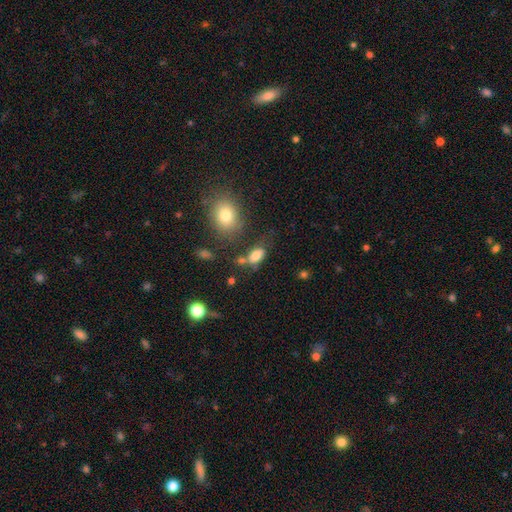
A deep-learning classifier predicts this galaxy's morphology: Smooth or featured? smooth (77%)
How rounded? in between (87%)
Merging? none (48%)